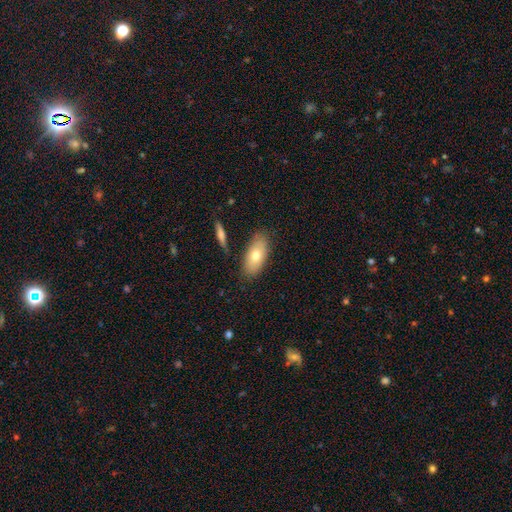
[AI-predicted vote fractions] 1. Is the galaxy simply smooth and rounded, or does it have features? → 71% smooth, 22% featured or disk, 7% star or artifact.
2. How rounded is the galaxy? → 89% in between, 7% cigar-shaped, 4% round.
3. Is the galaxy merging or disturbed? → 81% none, 12% minor disturbance, 4% merger, 3% major disturbance.